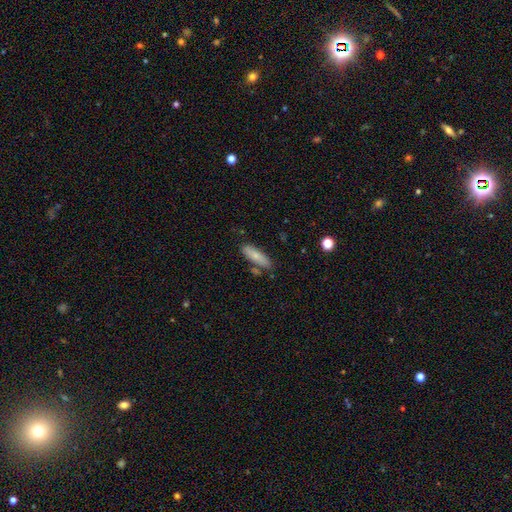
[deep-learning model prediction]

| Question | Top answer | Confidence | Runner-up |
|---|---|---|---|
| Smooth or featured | smooth | 75% | featured or disk (19%) |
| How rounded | cigar-shaped | 58% | in between (40%) |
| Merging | none | 77% | minor disturbance (13%) |